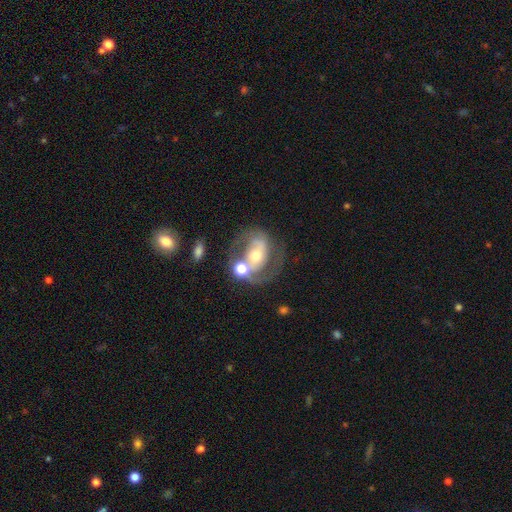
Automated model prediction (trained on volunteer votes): Smooth or featured?
  - featured or disk: 76% *
  - smooth: 16%
  - star or artifact: 7%
Edge-on disk?
  - no: 97% *
  - yes: 3%
Bar?
  - no: 48% *
  - weak: 32%
  - strong: 21%
Spiral arms?
  - yes: 85% *
  - no: 15%
Spiral winding?
  - medium: 49% *
  - tight: 30%
  - loose: 21%
Spiral arm count?
  - 2: 78% *
  - 1: 10%
  - can't tell: 9%
  - 3: 2%
  - 4: 1%
  - more than 4: 1%
Bulge size?
  - moderate: 65% *
  - small: 24%
  - large: 8%
  - none: 2%
  - dominant: 1%
Merging?
  - none: 47% *
  - merger: 24%
  - minor disturbance: 15%
  - major disturbance: 14%